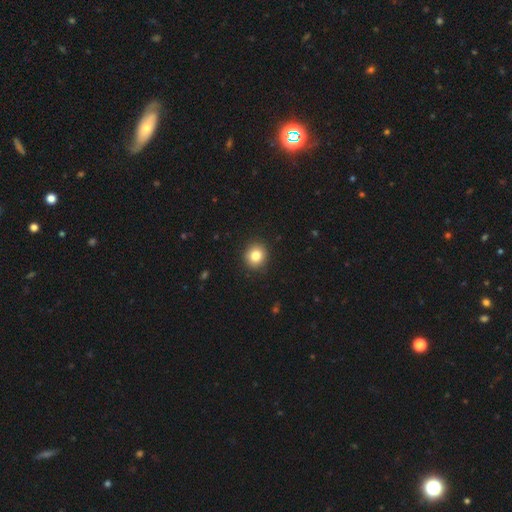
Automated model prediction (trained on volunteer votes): smooth_or_featured: smooth (p=0.83) [alt: star or artifact p=0.10]
how_rounded: round (p=0.87) [alt: in between p=0.12]
merging: none (p=0.92) [alt: minor disturbance p=0.06]